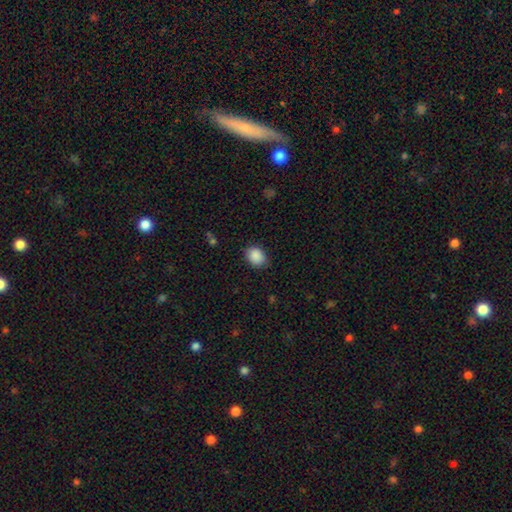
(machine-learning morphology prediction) Smooth or featured?
  - smooth: 89% *
  - star or artifact: 8%
  - featured or disk: 3%
How rounded?
  - in between: 58% *
  - round: 41%
  - cigar-shaped: 1%
Merging?
  - none: 84% *
  - minor disturbance: 12%
  - major disturbance: 3%
  - merger: 1%